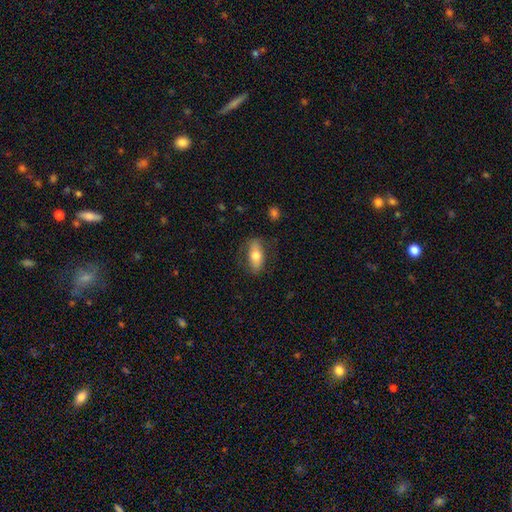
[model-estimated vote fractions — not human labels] Morphology: type=smooth (68%); roundness=in between (81%); merging=none (75%).